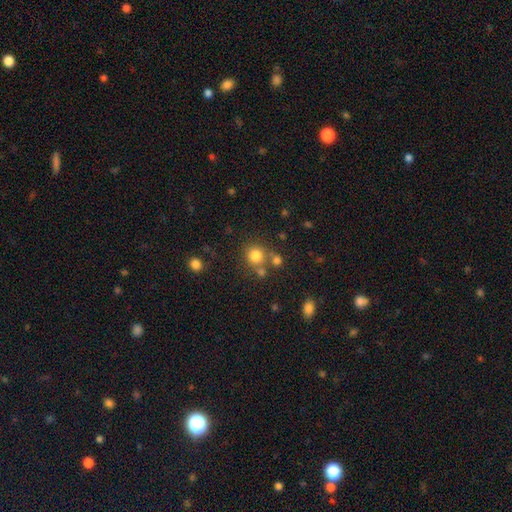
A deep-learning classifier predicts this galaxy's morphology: Q: Smooth or featured?
A: smooth (79%); runner-up: star or artifact (13%)
Q: How rounded?
A: round (88%); runner-up: in between (11%)
Q: Merging?
A: none (65%); runner-up: merger (21%)